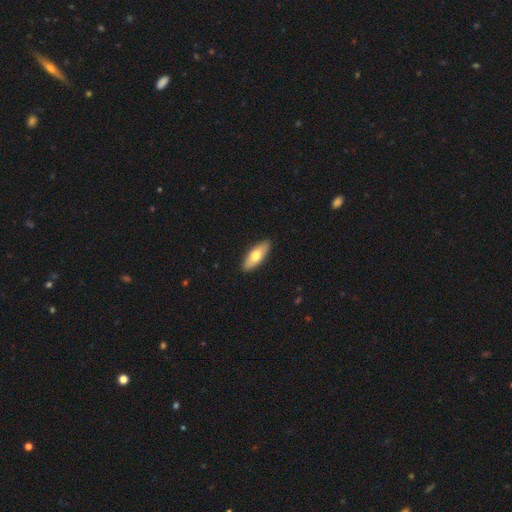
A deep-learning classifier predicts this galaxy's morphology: Smooth or featured? Predicted: smooth (p=0.69). How rounded? Predicted: in between (p=0.71). Merging? Predicted: none (p=0.91).